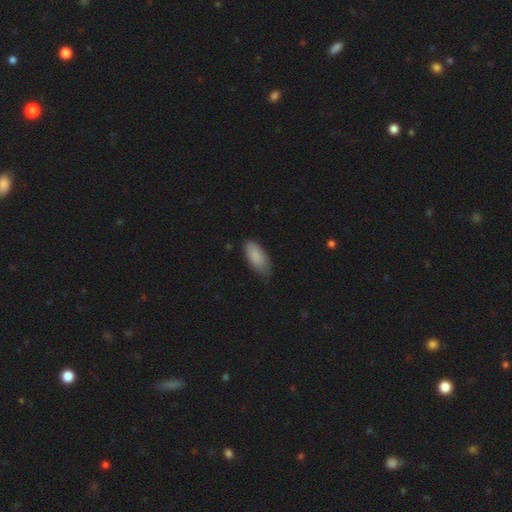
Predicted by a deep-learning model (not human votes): smooth_or_featured: smooth (p=0.87) [alt: featured or disk p=0.07]
how_rounded: in between (p=0.88) [alt: cigar-shaped p=0.10]
merging: none (p=0.61) [alt: minor disturbance p=0.32]